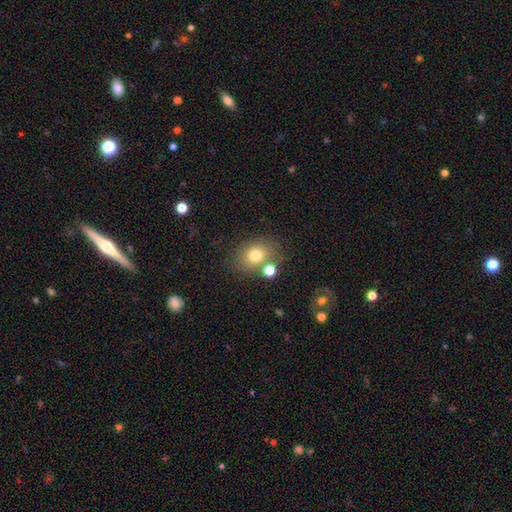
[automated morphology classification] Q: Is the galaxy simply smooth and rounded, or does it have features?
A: smooth — 52%.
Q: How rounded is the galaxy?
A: round — 59%.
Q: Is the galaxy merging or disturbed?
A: none — 73%.